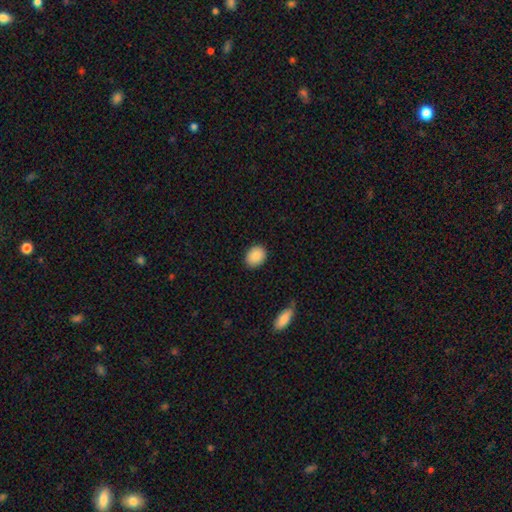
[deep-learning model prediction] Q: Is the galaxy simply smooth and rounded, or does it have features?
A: smooth — 88%.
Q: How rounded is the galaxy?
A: in between — 56%.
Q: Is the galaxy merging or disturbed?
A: none — 88%.